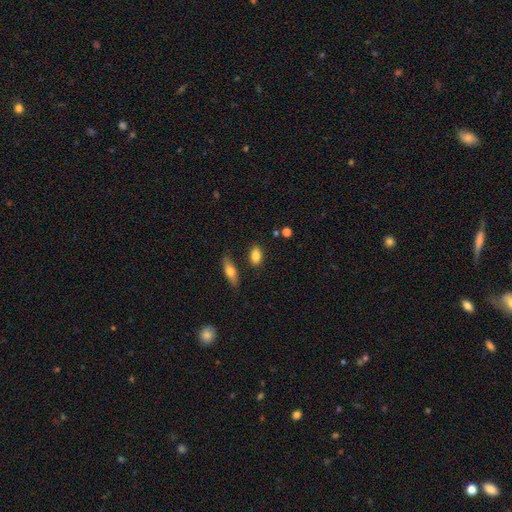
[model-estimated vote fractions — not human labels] smooth-or-featured: smooth: 83% | featured or disk: 9% | star or artifact: 8%
  how-rounded: in between: 83% | round: 12% | cigar-shaped: 5%
  merging: none: 80% | minor disturbance: 12% | merger: 4% | major disturbance: 3%